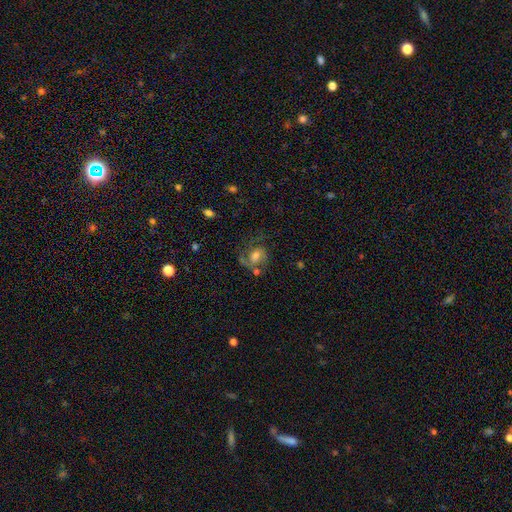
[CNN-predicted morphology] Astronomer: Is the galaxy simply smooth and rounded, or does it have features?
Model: featured or disk — 61%.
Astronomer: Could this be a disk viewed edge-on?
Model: no — 97%.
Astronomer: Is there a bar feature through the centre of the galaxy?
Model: no — 56% (runner-up: weak, 36%).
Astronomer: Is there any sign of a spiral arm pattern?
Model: yes — 86%.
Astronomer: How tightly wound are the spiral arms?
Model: medium — 49% (runner-up: loose, 29%).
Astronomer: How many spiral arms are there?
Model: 2 — 60%.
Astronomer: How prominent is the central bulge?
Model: moderate — 60%.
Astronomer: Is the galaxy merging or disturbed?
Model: none — 50%.